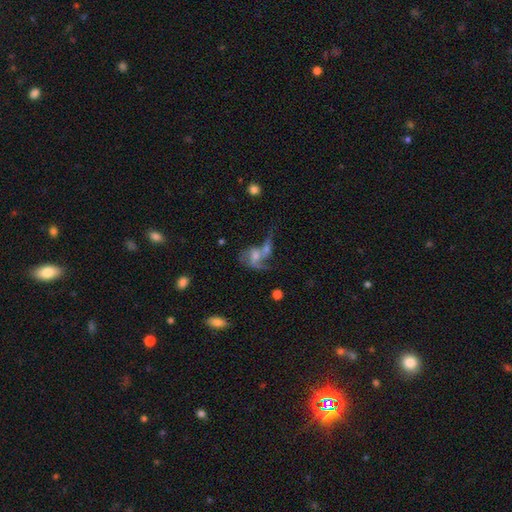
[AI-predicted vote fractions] This is likely a featured or disk galaxy (61%). It is clearly not viewed edge-on (95%). Bar: possibly no (59%). Spiral arm pattern: likely yes (76%). Central bulge: possibly moderate (46%). Merging: possibly merger (52%).